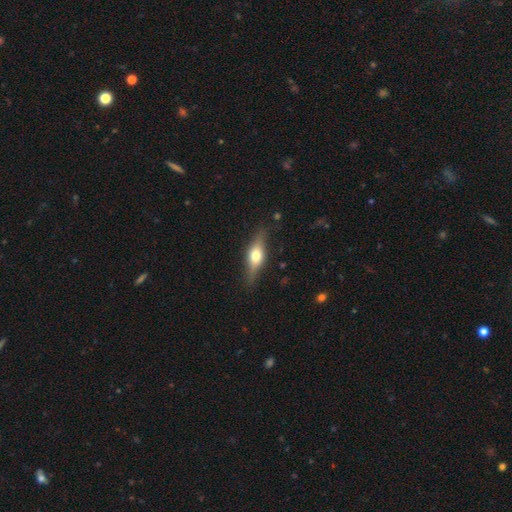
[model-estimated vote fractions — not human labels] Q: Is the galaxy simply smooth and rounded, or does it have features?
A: featured or disk — 53%.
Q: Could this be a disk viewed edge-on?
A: yes — 89%.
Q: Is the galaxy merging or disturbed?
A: none — 81%.